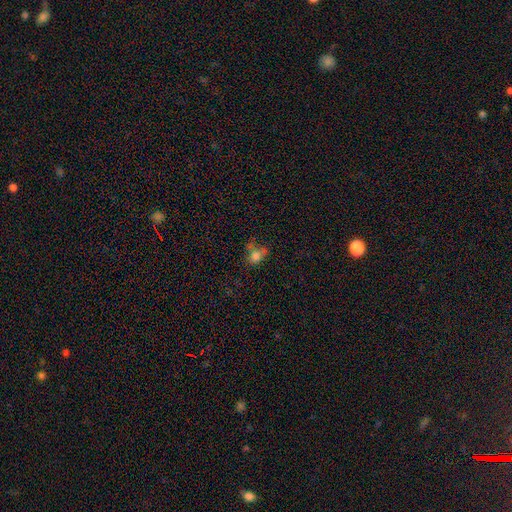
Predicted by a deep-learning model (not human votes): smooth-or-featured: smooth: 70% | star or artifact: 16% | featured or disk: 14%
  how-rounded: in between: 53% | round: 45% | cigar-shaped: 2%
  merging: none: 35% | minor disturbance: 23% | major disturbance: 22% | merger: 21%